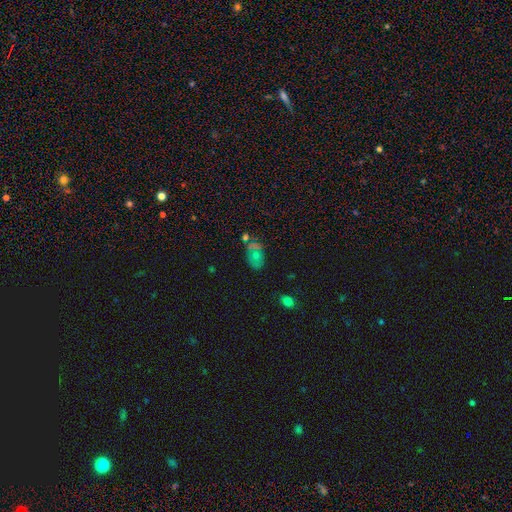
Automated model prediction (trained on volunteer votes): smooth_or_featured: smooth (p=0.55) [alt: star or artifact p=0.26]
how_rounded: in between (p=0.84) [alt: round p=0.14]
merging: none (p=0.61) [alt: minor disturbance p=0.21]